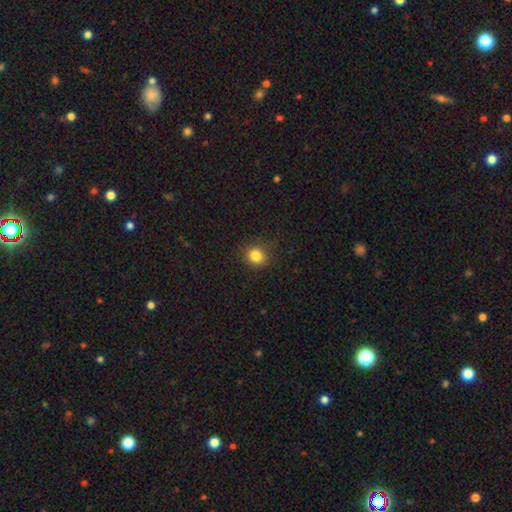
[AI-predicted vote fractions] smooth-or-featured: smooth: 83% | star or artifact: 11% | featured or disk: 5%
  how-rounded: round: 79% | in between: 20% | cigar-shaped: 1%
  merging: none: 87% | minor disturbance: 9% | major disturbance: 3% | merger: 1%